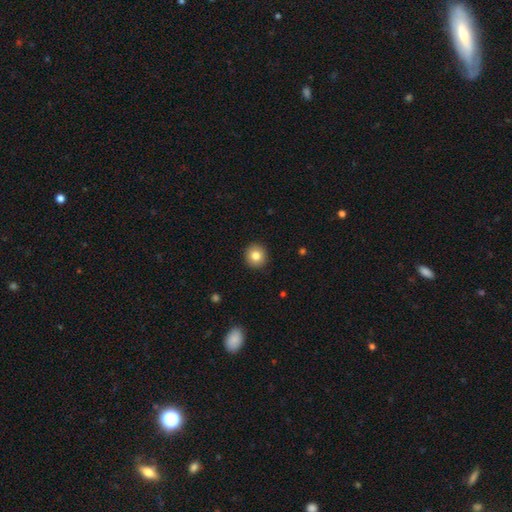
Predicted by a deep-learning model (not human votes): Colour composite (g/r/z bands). It shows a smooth galaxy with no disk features (82%) that is round (92%). Merging: none (92%).